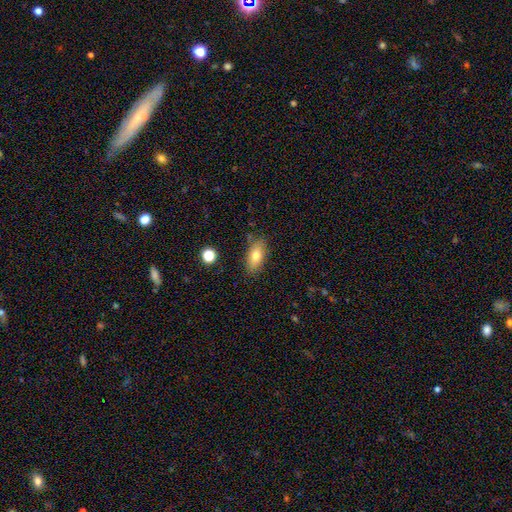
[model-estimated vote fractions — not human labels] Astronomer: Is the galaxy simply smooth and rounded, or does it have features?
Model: smooth — 76%.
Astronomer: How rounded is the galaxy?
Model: in between — 86%.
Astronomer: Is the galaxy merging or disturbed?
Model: none — 81%.